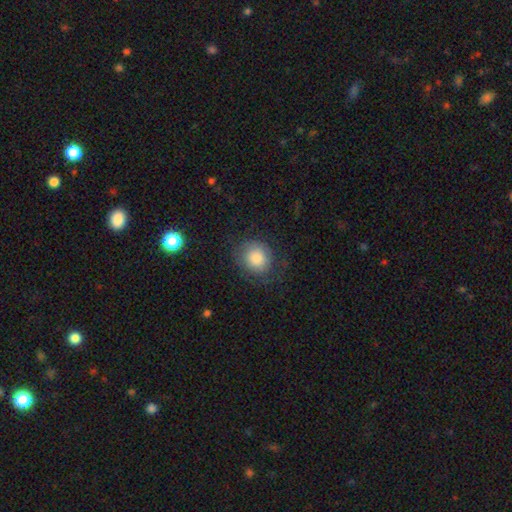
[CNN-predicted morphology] Overall: smooth (78%). How rounded: round (77%). Merging: none (73%).